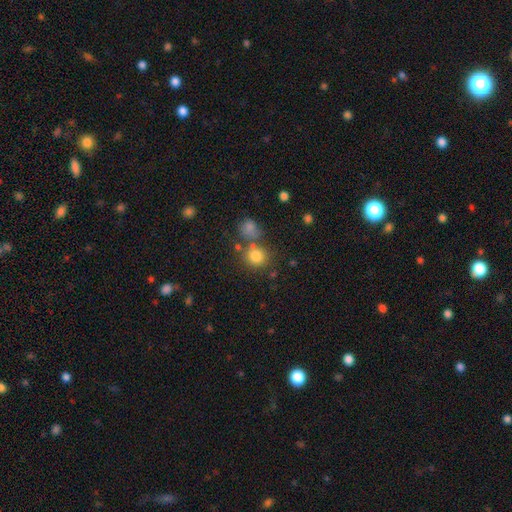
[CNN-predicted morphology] Q: Smooth or featured?
A: smooth (81%); runner-up: star or artifact (12%)
Q: How rounded?
A: round (83%); runner-up: in between (16%)
Q: Merging?
A: none (63%); runner-up: merger (20%)